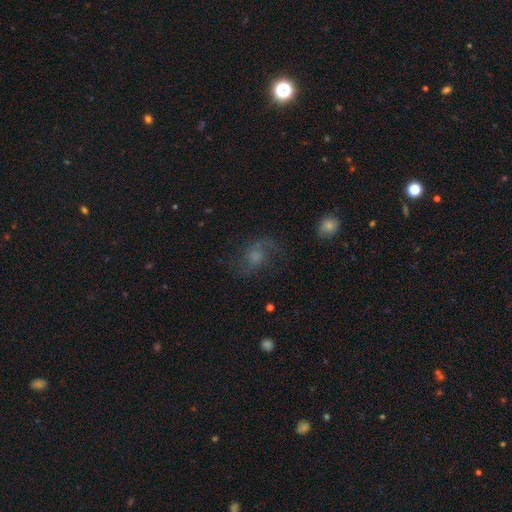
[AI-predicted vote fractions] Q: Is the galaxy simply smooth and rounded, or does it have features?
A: featured or disk — 57%.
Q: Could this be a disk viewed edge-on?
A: no — 96%.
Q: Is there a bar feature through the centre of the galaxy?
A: no — 69%.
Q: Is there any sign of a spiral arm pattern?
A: yes — 87%.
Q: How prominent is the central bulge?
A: moderate — 37%.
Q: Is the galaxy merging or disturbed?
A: none — 61%.